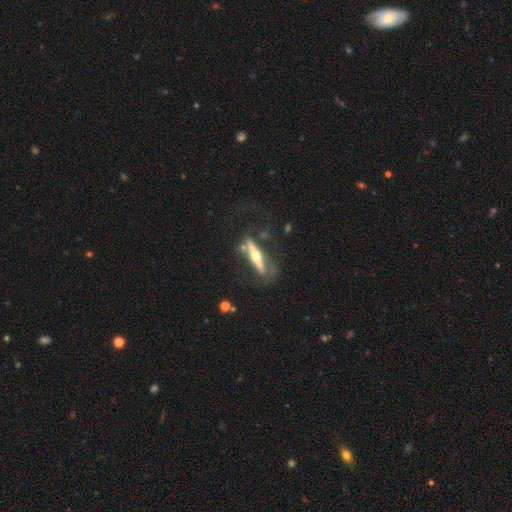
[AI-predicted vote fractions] Q: Smooth or featured?
A: featured or disk (72%); runner-up: smooth (23%)
Q: Edge-on disk?
A: yes (93%); runner-up: no (7%)
Q: Edge-on bulge?
A: rounded (93%); runner-up: none (4%)
Q: Merging?
A: none (63%); runner-up: minor disturbance (19%)